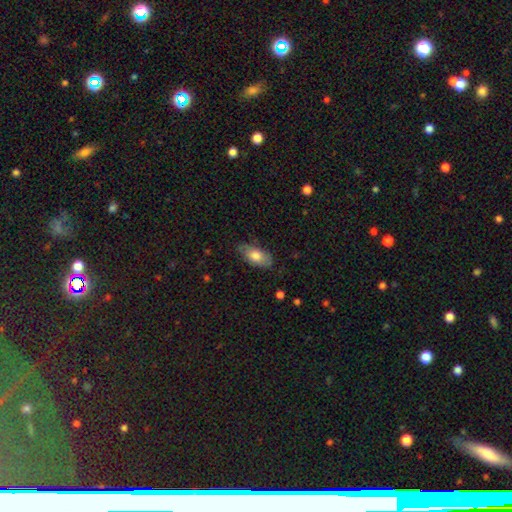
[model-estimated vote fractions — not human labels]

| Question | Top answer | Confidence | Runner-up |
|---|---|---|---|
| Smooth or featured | smooth | 73% | featured or disk (21%) |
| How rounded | in between | 89% | cigar-shaped (7%) |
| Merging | none | 72% | minor disturbance (23%) |